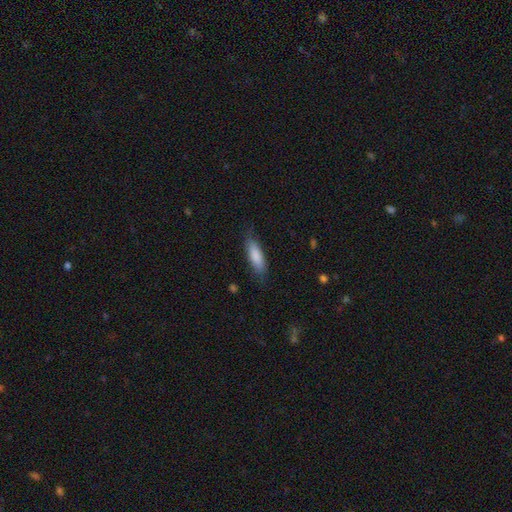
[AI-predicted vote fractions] smooth-or-featured: smooth: 85% | featured or disk: 9% | star or artifact: 6%
  how-rounded: in between: 50% | cigar-shaped: 49% | round: 2%
  merging: none: 79% | minor disturbance: 16% | major disturbance: 4% | merger: 1%